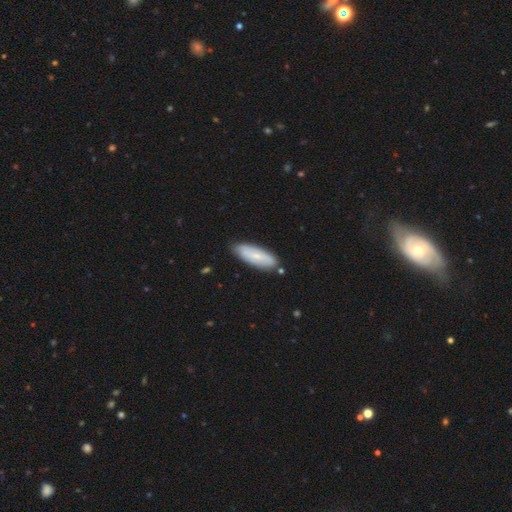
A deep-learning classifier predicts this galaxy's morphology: Overall: smooth (60%; featured or disk 35%). How rounded: in between (59%; cigar-shaped 39%). Merging: none (82%).